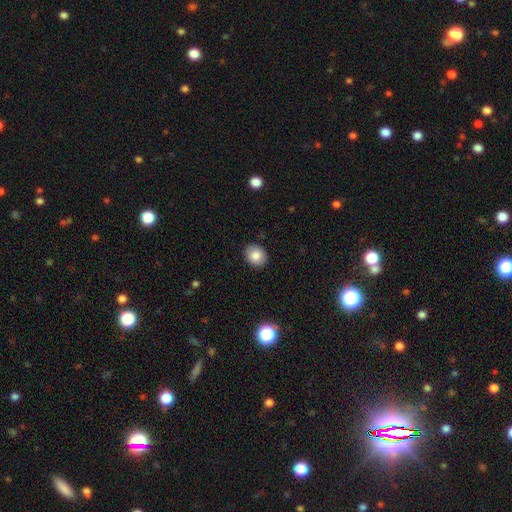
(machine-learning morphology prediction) This appears to be a smooth galaxy with no disk features (85%) that is round (66%). Merging: none (90%).